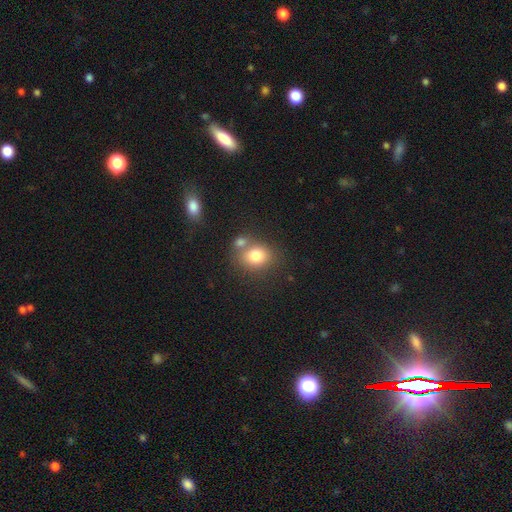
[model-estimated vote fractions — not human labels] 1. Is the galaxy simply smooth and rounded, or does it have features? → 78% smooth, 11% featured or disk, 11% star or artifact.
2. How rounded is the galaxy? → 61% round, 38% in between, 1% cigar-shaped.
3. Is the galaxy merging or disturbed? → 53% none, 30% merger, 13% minor disturbance, 5% major disturbance.